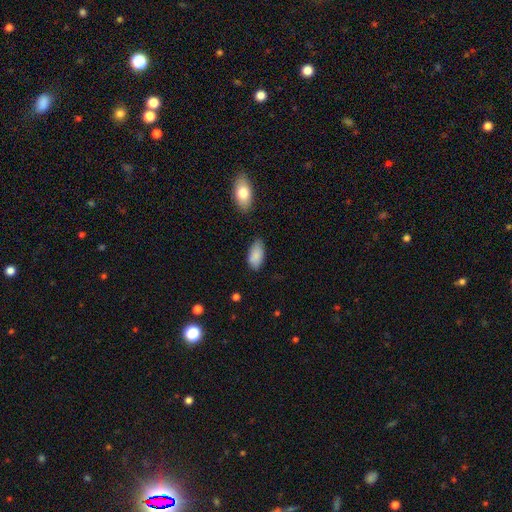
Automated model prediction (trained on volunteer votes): smooth 87%, star or artifact 7%, featured or disk 7%. Down the decision tree: how rounded — in between (94%); merging — none (71%).